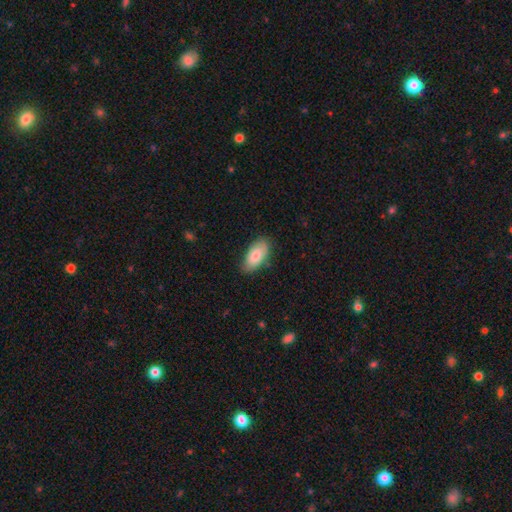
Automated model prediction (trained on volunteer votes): Overall: smooth (80%). How rounded: in between (93%). Merging: none (78%).